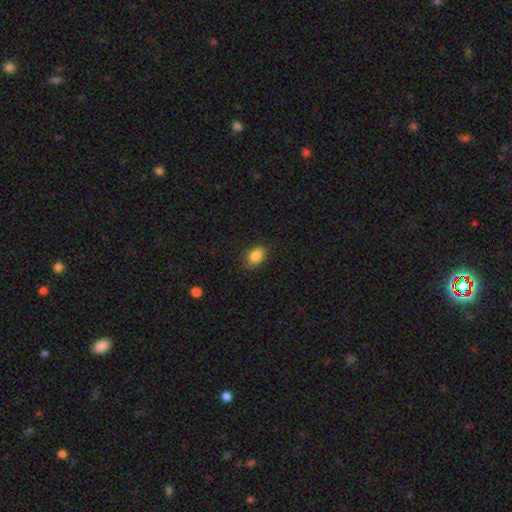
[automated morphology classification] smooth_or_featured: smooth (p=0.86) [alt: star or artifact p=0.09]
how_rounded: in between (p=0.76) [alt: round p=0.23]
merging: none (p=0.81) [alt: minor disturbance p=0.15]